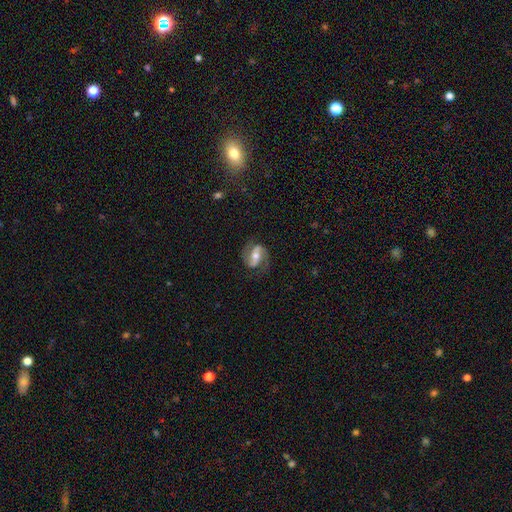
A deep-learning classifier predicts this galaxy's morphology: Overall: featured or disk (84%). Edge-on disk: no (97%). Bar: strong (43%; weak 36%). Spiral arms: yes (95%). Spiral arm count: 2 (92%). Spiral winding: medium (52%; loose 27%). Bulge size: moderate (63%; small 29%). Merging: none (79%).